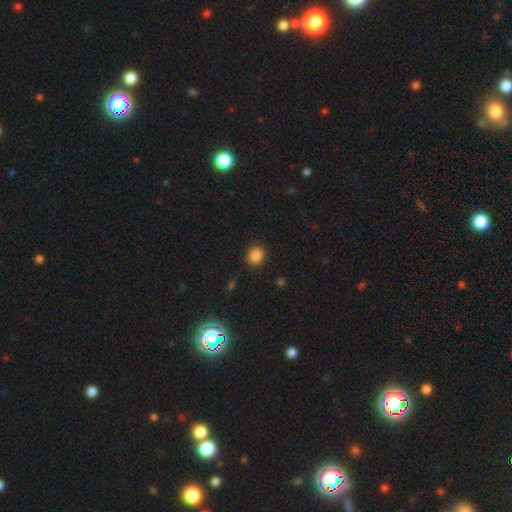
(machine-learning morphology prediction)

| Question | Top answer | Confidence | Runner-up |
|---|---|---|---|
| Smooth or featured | smooth | 85% | star or artifact (11%) |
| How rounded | round | 78% | in between (21%) |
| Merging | none | 90% | minor disturbance (7%) |